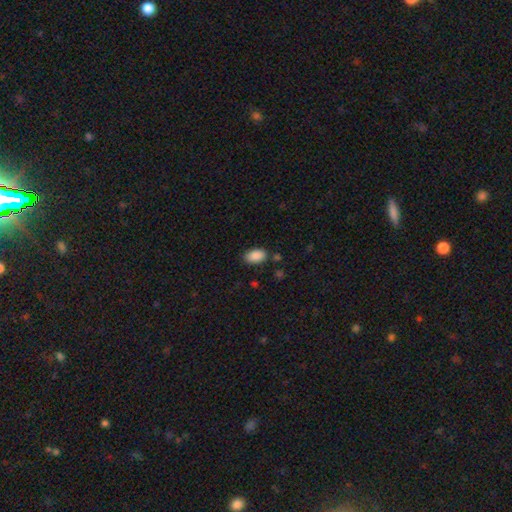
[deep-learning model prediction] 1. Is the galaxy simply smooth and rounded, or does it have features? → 89% smooth, 7% star or artifact, 4% featured or disk.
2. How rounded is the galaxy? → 92% in between, 6% round, 1% cigar-shaped.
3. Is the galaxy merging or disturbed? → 82% none, 12% minor disturbance, 3% merger, 3% major disturbance.